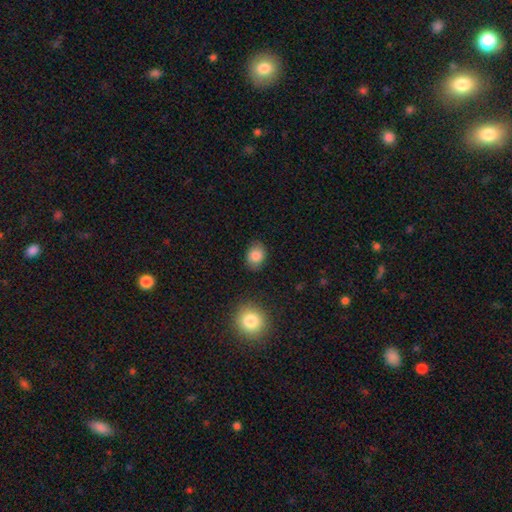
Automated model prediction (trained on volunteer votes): Smooth or featured? Predicted: smooth (p=0.85). How rounded? Predicted: in between (p=0.62). Merging? Predicted: none (p=0.81).